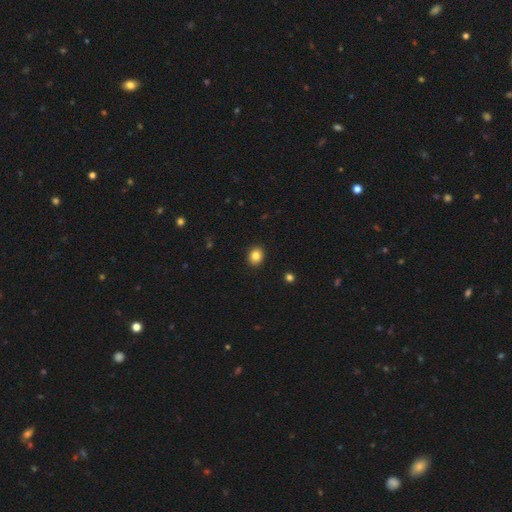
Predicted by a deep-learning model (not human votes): This appears to be a smooth galaxy with no disk features (84%) that is round (60%). Merging: none (92%).